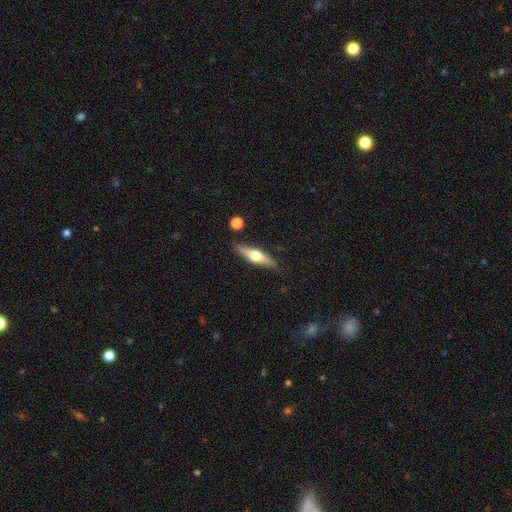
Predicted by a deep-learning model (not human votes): This appears to be a featured or disk galaxy (57%) viewed edge-on (93%) with a rounded central bulge (95%). Merging: none (84%).